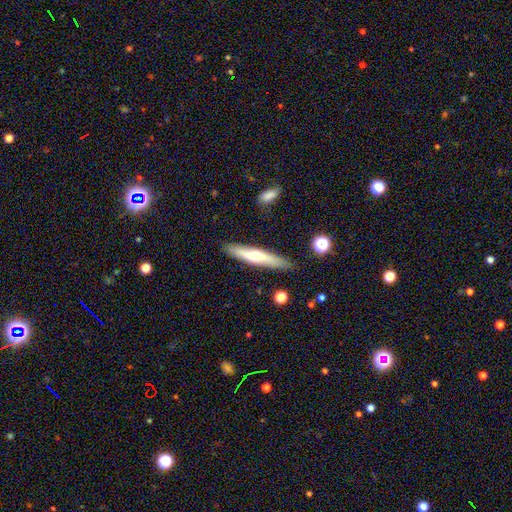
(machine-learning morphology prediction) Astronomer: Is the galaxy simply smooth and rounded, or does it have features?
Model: smooth — 50% (runner-up: featured or disk, 44%).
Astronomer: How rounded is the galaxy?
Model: cigar-shaped — 90%.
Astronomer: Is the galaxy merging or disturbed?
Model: none — 87%.